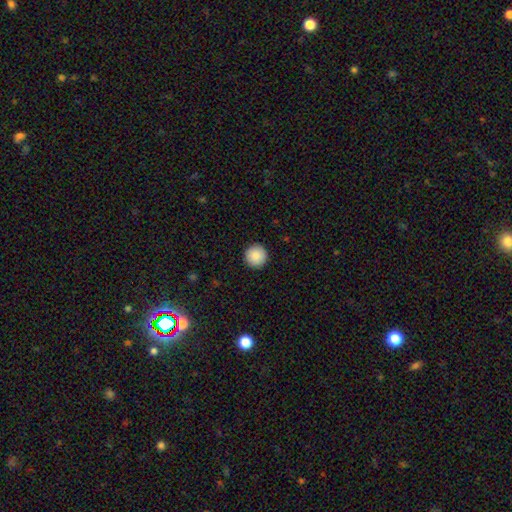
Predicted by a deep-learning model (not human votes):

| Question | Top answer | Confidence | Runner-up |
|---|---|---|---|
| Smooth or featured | smooth | 89% | star or artifact (8%) |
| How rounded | round | 97% | in between (2%) |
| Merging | none | 93% | minor disturbance (4%) |